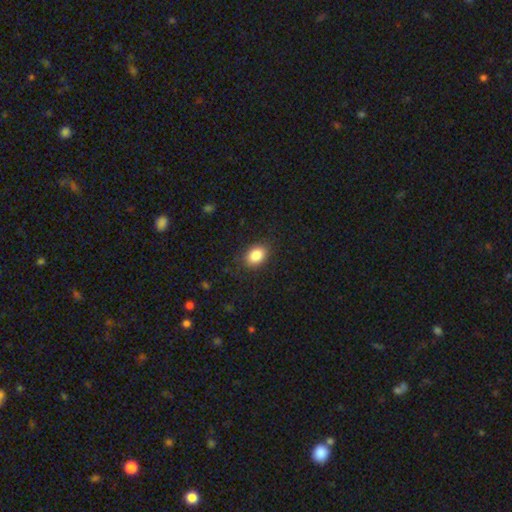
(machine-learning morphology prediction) smooth 87%, star or artifact 8%, featured or disk 5%. Down the decision tree: how rounded — in between (79%); merging — none (85%).